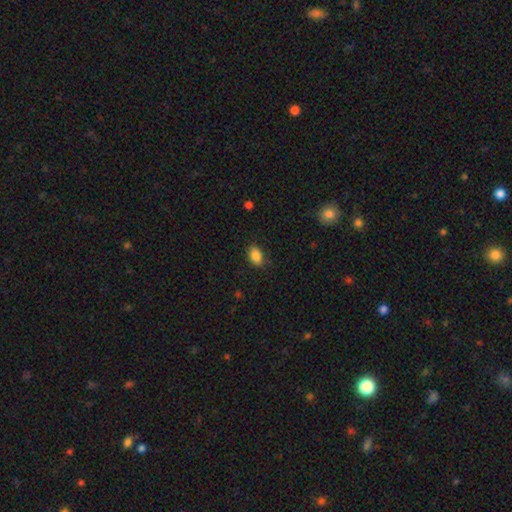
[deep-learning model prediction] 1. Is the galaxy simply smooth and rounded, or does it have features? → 87% smooth, 9% star or artifact, 4% featured or disk.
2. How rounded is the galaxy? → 85% in between, 14% round, 1% cigar-shaped.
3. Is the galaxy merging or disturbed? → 81% none, 14% minor disturbance, 3% major disturbance, 1% merger.